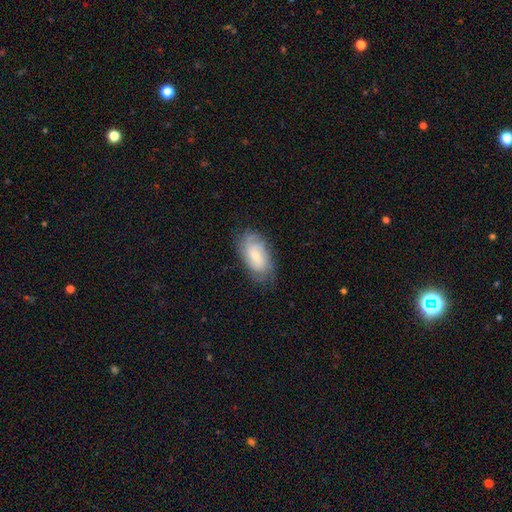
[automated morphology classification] smooth_or_featured: featured or disk (p=0.53) [alt: smooth p=0.40]
disk_edge_on: no (p=0.94) [alt: yes p=0.06]
merging: none (p=0.74) [alt: minor disturbance p=0.19]